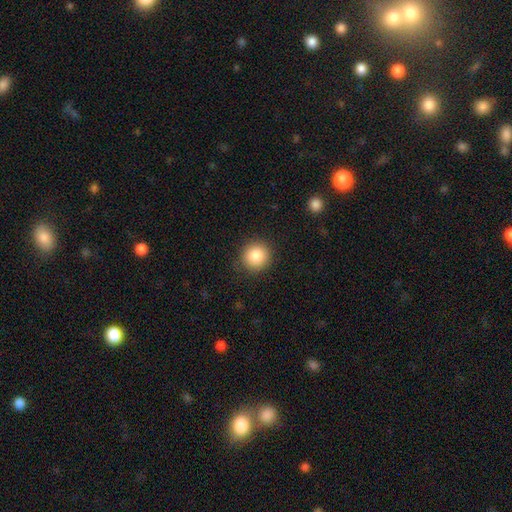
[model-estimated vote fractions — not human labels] This appears to be a smooth galaxy with no disk features (86%) that is round (91%). Merging: none (88%).